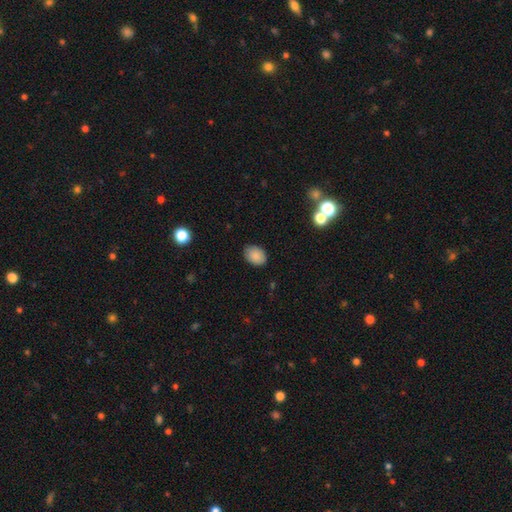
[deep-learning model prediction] A smooth galaxy with no disk features (87%) that is in between round and cigar-shaped (72%). Merging: none (86%).